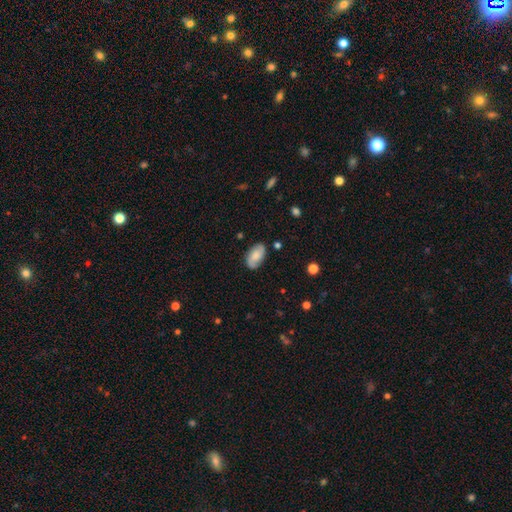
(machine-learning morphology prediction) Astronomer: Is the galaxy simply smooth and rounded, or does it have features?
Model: smooth — 64%.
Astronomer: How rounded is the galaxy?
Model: in between — 94%.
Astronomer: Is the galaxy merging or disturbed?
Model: none — 81%.